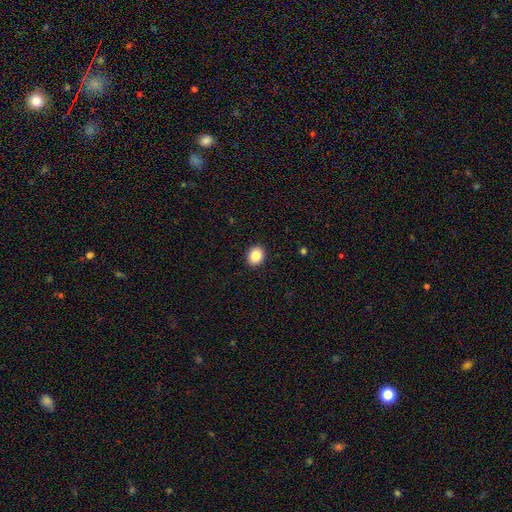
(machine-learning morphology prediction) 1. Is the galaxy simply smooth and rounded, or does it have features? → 85% smooth, 9% star or artifact, 6% featured or disk.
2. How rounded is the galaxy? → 65% round, 34% in between, 1% cigar-shaped.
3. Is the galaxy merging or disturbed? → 92% none, 5% minor disturbance, 2% major disturbance, 1% merger.